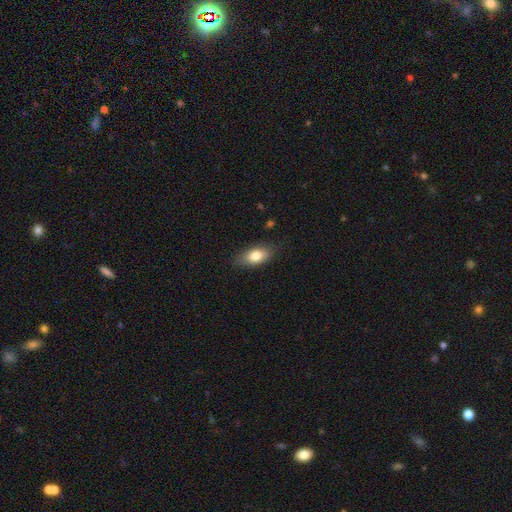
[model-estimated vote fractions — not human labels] Morphology: type=smooth (79%); roundness=in between (86%); merging=none (81%).